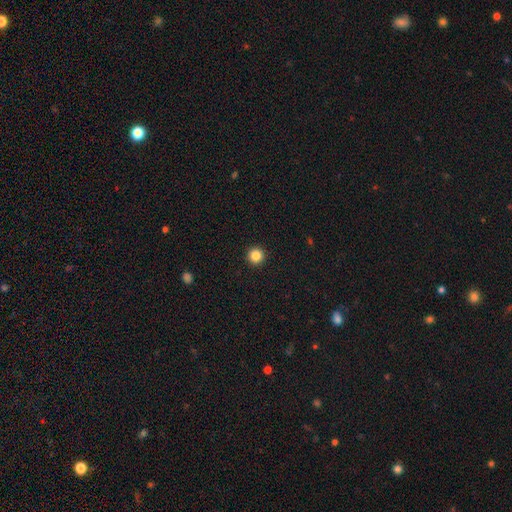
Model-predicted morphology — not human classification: Overall: smooth (86%). How rounded: round (96%). Merging: none (94%).